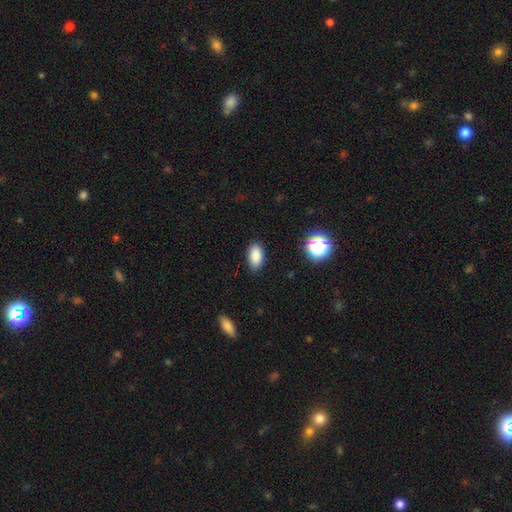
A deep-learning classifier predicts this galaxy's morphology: This is clearly a smooth galaxy (86%). How rounded: clearly in between (92%). Merging: clearly none (86%).